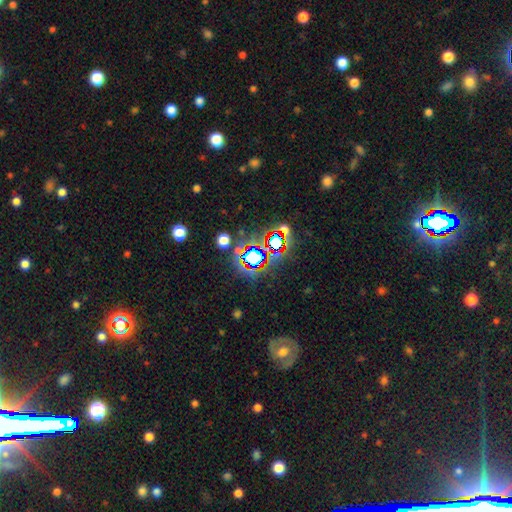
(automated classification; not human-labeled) This appears to be a star or artifact, not a galaxy (68%).